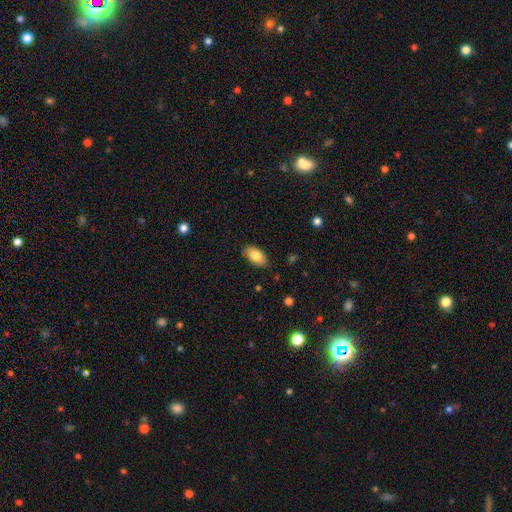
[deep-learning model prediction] The model was most divided on "smooth or featured": smooth: 81%, featured or disk: 12%, star or artifact: 7%. More confident: how rounded — in between (93%); merging — none (86%).